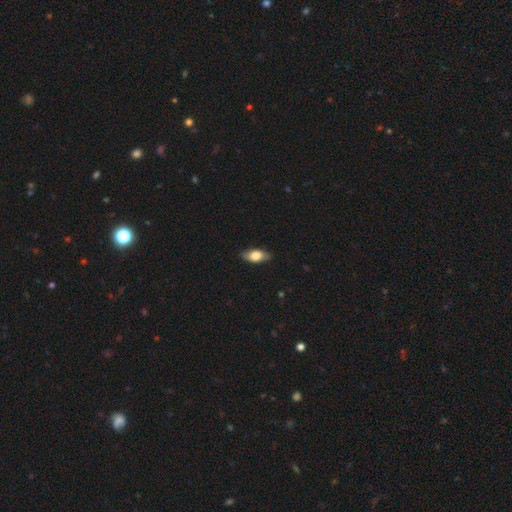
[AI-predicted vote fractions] Overall: smooth (74%). How rounded: in between (88%). Merging: none (84%).